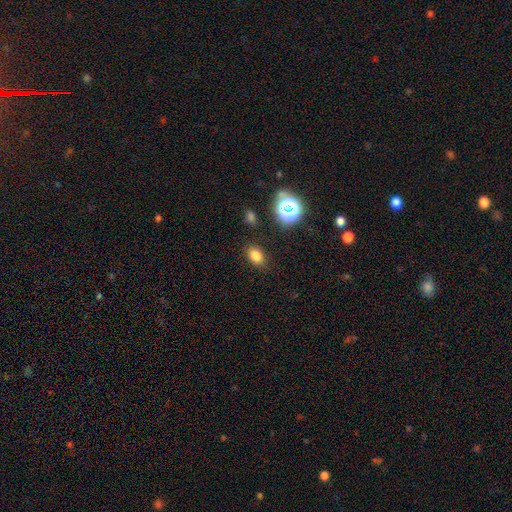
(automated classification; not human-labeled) Smooth or featured?
  - smooth: 78% *
  - star or artifact: 15%
  - featured or disk: 7%
How rounded?
  - in between: 73% *
  - round: 25%
  - cigar-shaped: 1%
Merging?
  - none: 85% *
  - minor disturbance: 10%
  - major disturbance: 3%
  - merger: 2%